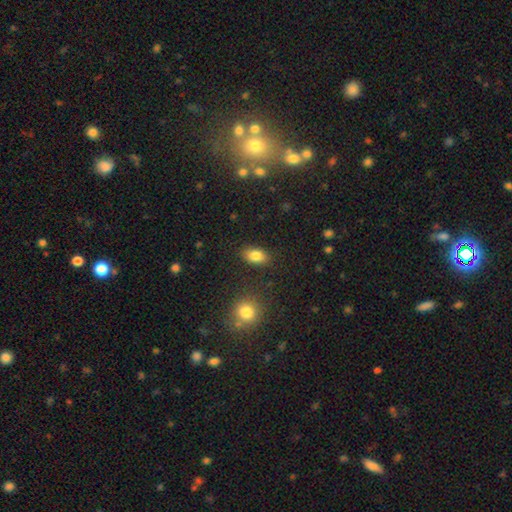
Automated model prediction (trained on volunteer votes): smooth-or-featured: smooth: 83% | star or artifact: 10% | featured or disk: 8%
  how-rounded: in between: 87% | round: 11% | cigar-shaped: 2%
  merging: none: 85% | minor disturbance: 10% | major disturbance: 3% | merger: 2%